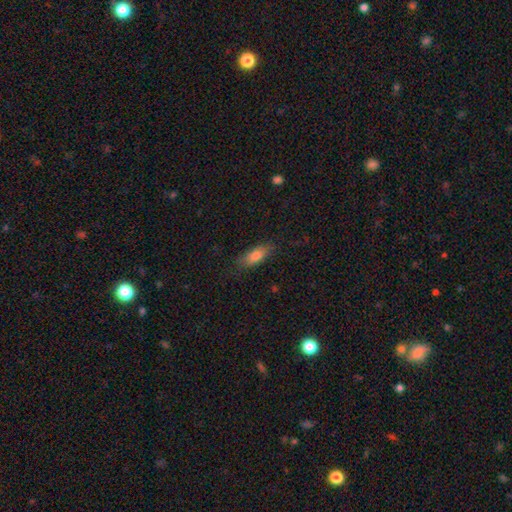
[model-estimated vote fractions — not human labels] This appears to be a smooth galaxy with no disk features (79%) that is in between round and cigar-shaped (69%). Merging: none (78%).